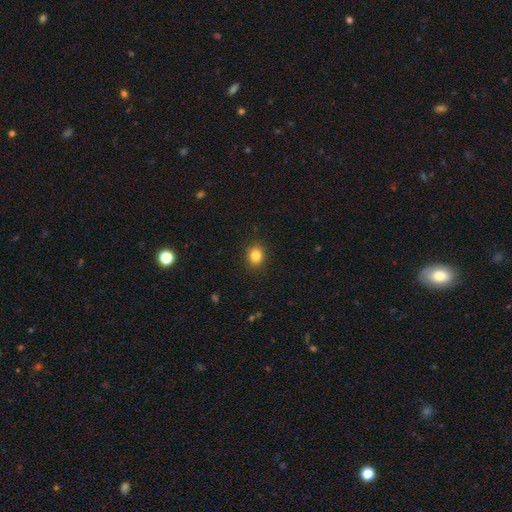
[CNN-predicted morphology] This appears to be a smooth galaxy with no disk features (84%) that is round (62%). Merging: none (90%).